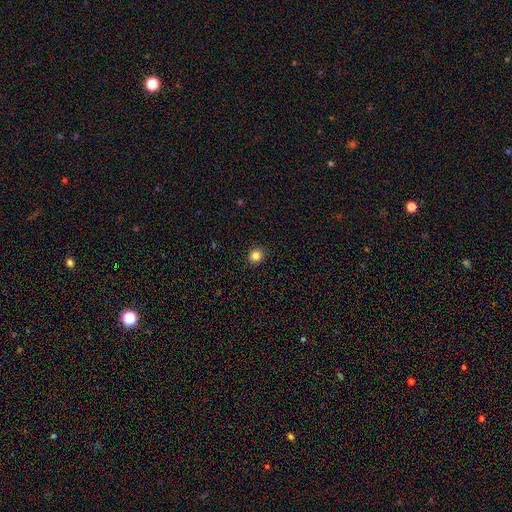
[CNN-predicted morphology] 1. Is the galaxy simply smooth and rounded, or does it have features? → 83% smooth, 12% star or artifact, 5% featured or disk.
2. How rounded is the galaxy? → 89% round, 10% in between, 1% cigar-shaped.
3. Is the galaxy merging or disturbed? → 92% none, 5% minor disturbance, 2% major disturbance, 1% merger.